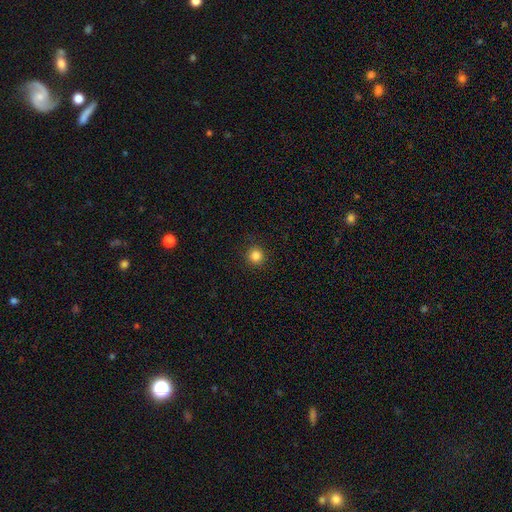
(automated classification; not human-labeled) Morphology: type=smooth (84%); roundness=round (94%); merging=none (91%).